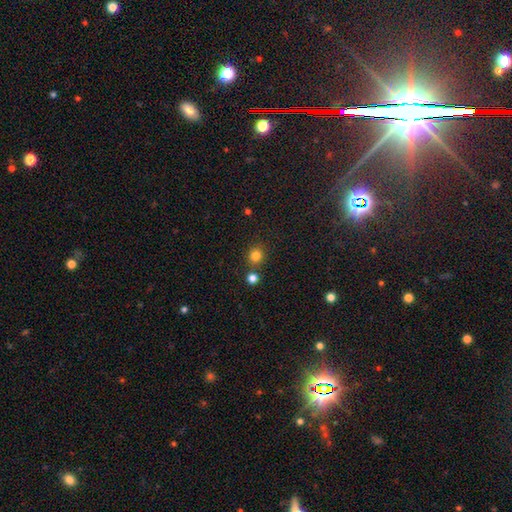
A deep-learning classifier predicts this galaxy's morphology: smooth_or_featured: smooth (p=0.81) [alt: star or artifact p=0.14]
how_rounded: round (p=0.88) [alt: in between p=0.11]
merging: none (p=0.78) [alt: merger p=0.12]